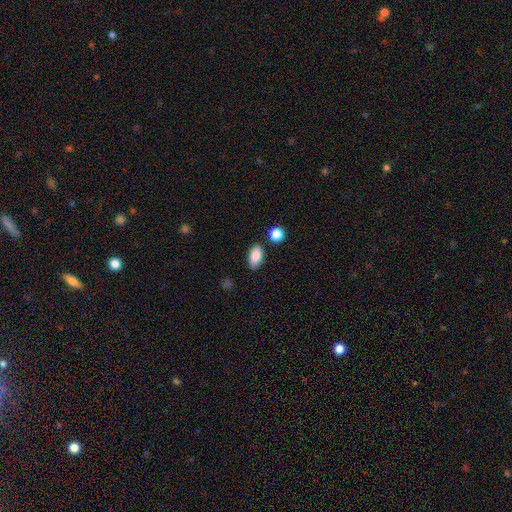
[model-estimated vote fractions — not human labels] Smooth or featured? Predicted: smooth (p=0.86). How rounded? Predicted: in between (p=0.91). Merging? Predicted: none (p=0.81).